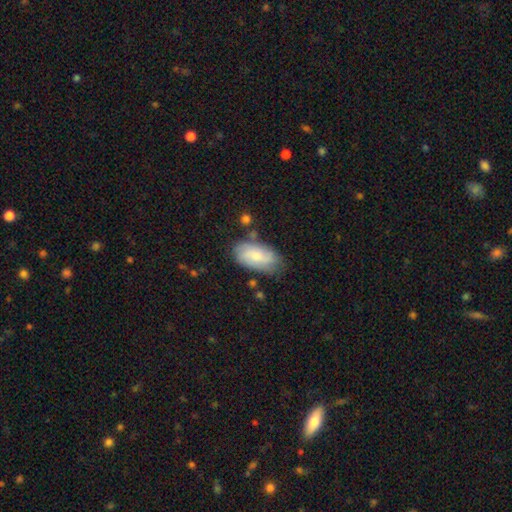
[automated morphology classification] smooth-or-featured: smooth: 61% | featured or disk: 32% | star or artifact: 7%
  how-rounded: in between: 93% | round: 4% | cigar-shaped: 4%
  merging: none: 69% | minor disturbance: 22% | major disturbance: 5% | merger: 4%